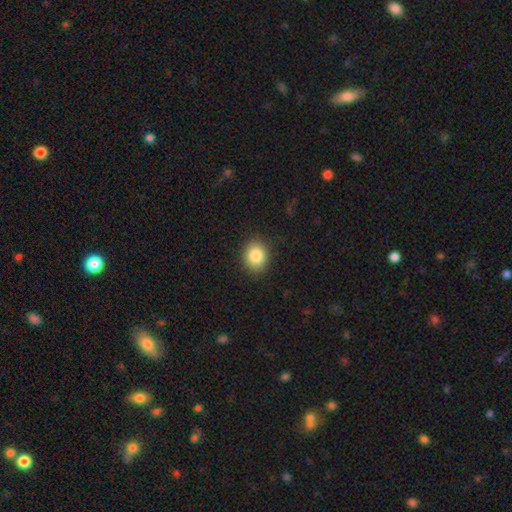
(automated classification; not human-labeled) Smooth or featured? smooth (86%)
How rounded? round (66%)
Merging? none (89%)